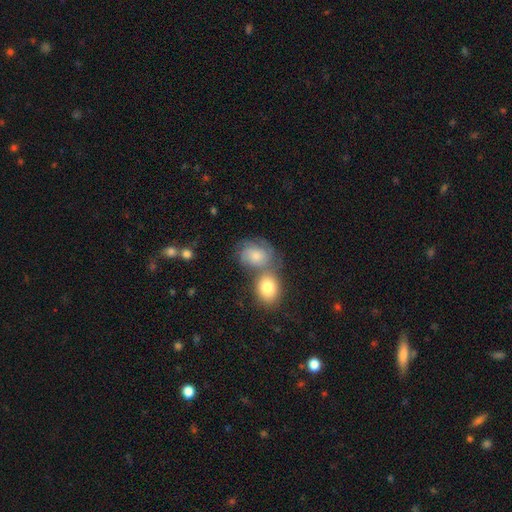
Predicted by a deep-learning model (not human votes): Smooth or featured: featured or disk — 46% (smooth — 44%)
Merging: none — 41% (merger — 37%)